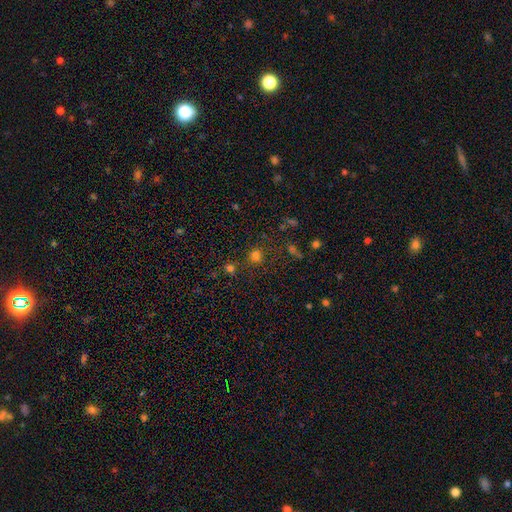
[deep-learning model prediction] Morphology: type=smooth (72%); roundness=round (89%); merging=none (77%).